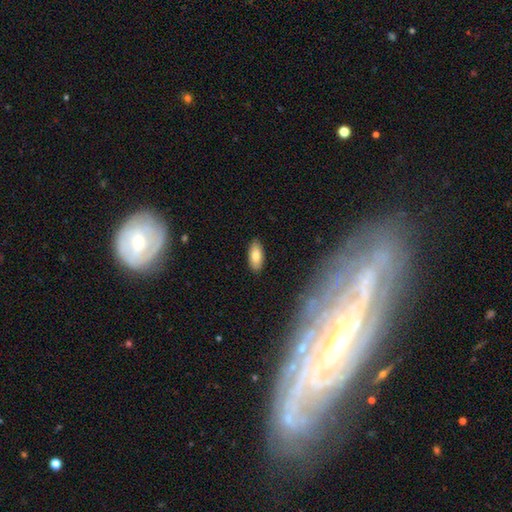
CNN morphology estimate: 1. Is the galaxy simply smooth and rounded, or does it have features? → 82% smooth, 11% featured or disk, 7% star or artifact.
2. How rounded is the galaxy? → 90% in between, 8% cigar-shaped, 2% round.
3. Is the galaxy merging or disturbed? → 88% none, 9% minor disturbance, 2% major disturbance, 1% merger.